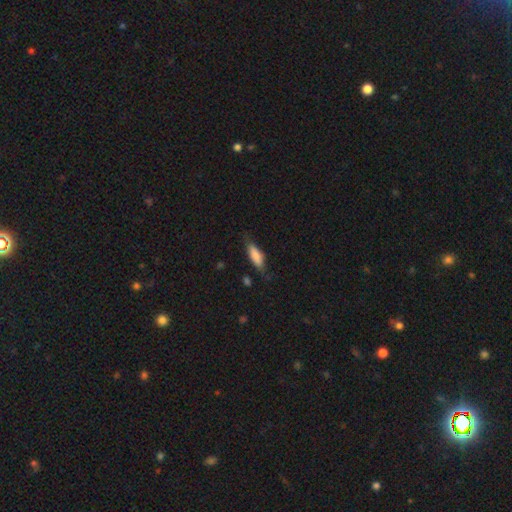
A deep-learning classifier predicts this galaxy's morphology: smooth-or-featured: smooth: 75% | featured or disk: 18% | star or artifact: 6%
  how-rounded: in between: 56% | cigar-shaped: 42% | round: 2%
  merging: none: 69% | minor disturbance: 23% | major disturbance: 6% | merger: 2%